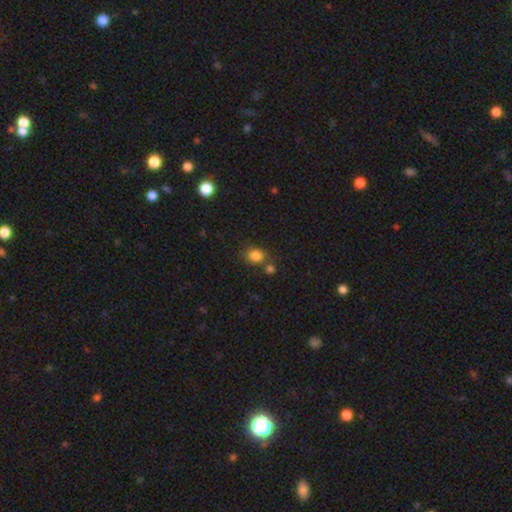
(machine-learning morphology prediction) The model was most divided on "how rounded": round: 59%, in between: 40%, cigar-shaped: 1%. More confident: smooth or featured — smooth (82%); merging — none (63%).